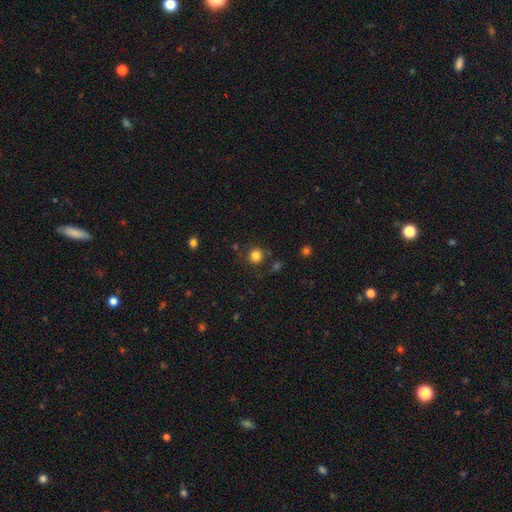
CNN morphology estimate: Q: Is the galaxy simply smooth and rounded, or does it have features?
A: smooth — 82%.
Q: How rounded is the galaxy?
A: round — 92%.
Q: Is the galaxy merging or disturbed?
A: none — 83%.